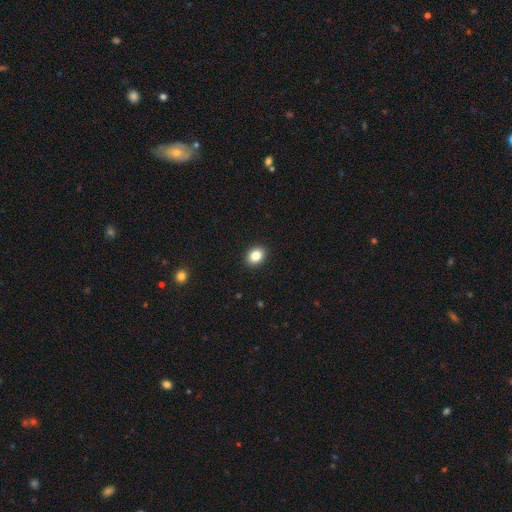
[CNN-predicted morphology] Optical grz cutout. It shows a smooth galaxy with no disk features (85%) that is in between round and cigar-shaped (63%). Merging: none (91%).